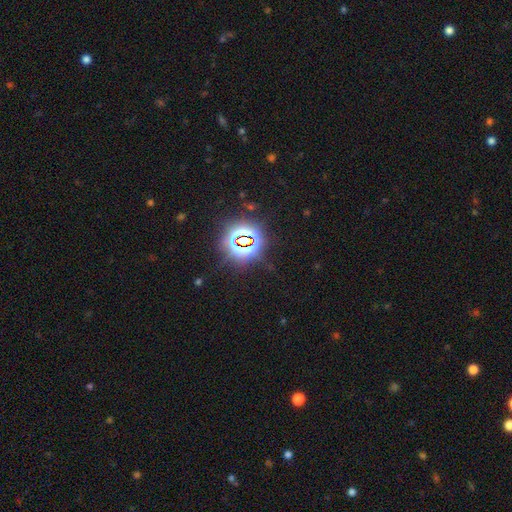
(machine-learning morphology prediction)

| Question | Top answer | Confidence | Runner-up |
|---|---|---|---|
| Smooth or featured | star or artifact | 83% | smooth (11%) |